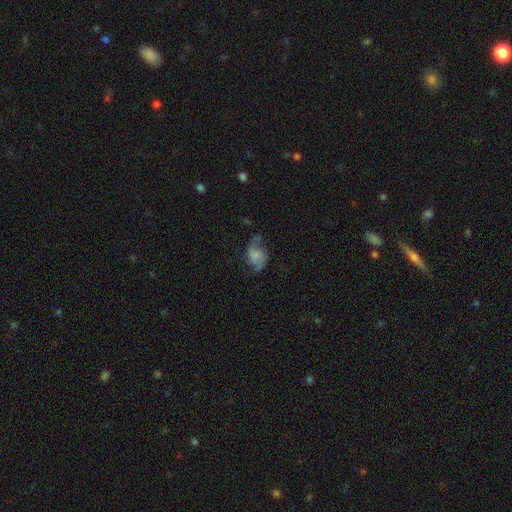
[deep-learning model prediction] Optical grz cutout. It shows a featured or disk galaxy (62%) with no bar (58%), 2 (87%) loose (66%) spiral arms (87%) and no central bulge (48%). Merging: none (54%).